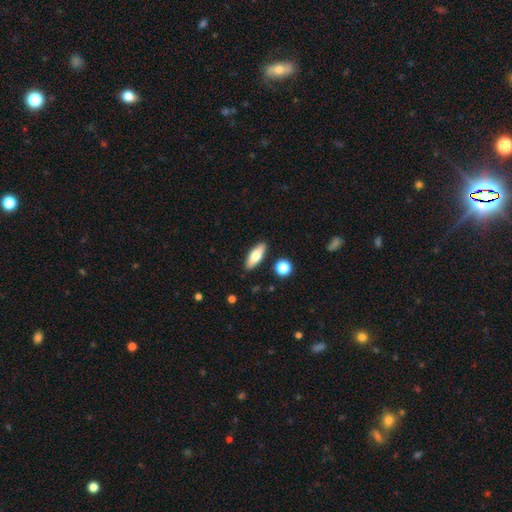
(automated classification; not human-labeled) A smooth galaxy with no disk features (73%) that is in between round and cigar-shaped (60%). Merging: none (87%).